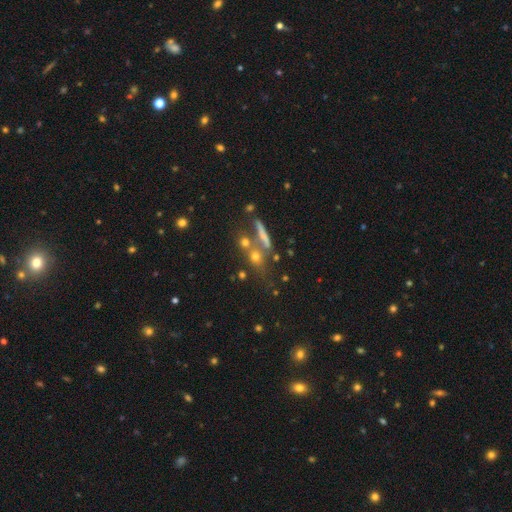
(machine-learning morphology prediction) Smooth or featured: smooth — 44% (featured or disk — 32%)
Merging: none — 55% (merger — 28%)